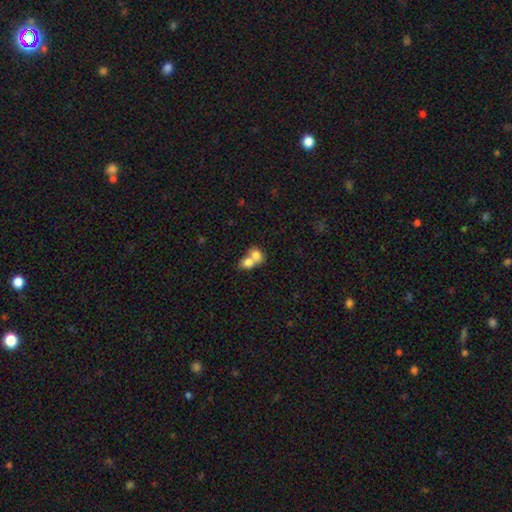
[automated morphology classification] Smooth or featured?
  - smooth: 76% *
  - featured or disk: 15%
  - star or artifact: 8%
How rounded?
  - in between: 58% *
  - round: 41%
  - cigar-shaped: 1%
Merging?
  - merger: 75% *
  - none: 18%
  - minor disturbance: 5%
  - major disturbance: 3%